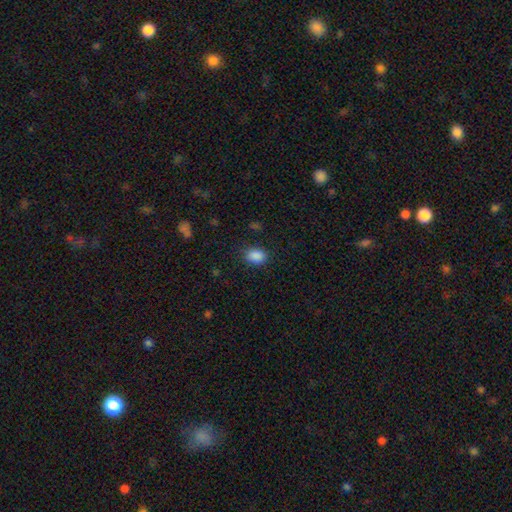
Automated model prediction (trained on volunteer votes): Smooth or featured? Predicted: smooth (p=0.87). How rounded? Predicted: in between (p=0.66). Merging? Predicted: none (p=0.82).